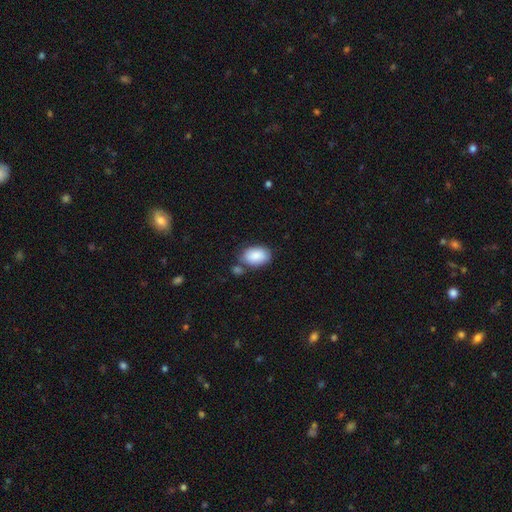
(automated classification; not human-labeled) smooth 87%, featured or disk 6%, star or artifact 6%. Down the decision tree: how rounded — in between (89%); merging — none (64%).